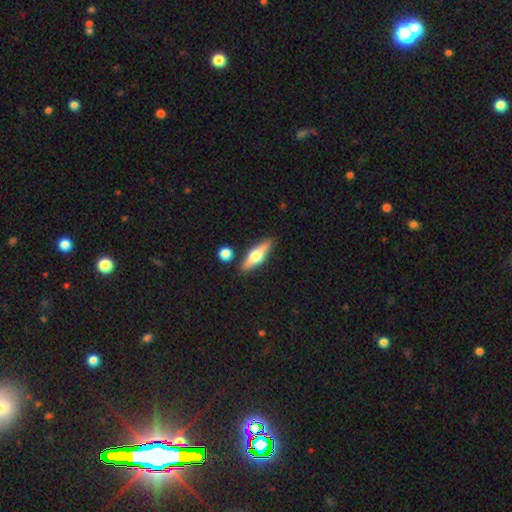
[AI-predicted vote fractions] The model was most divided on "smooth or featured": smooth: 48%, featured or disk: 46%, star or artifact: 6%. More confident: merging — none (83%).